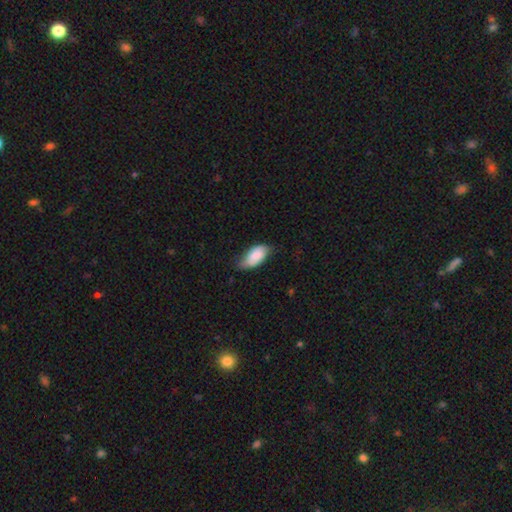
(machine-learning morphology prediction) Overall: smooth (79%). How rounded: in between (93%). Merging: none (55%; minor disturbance 36%).